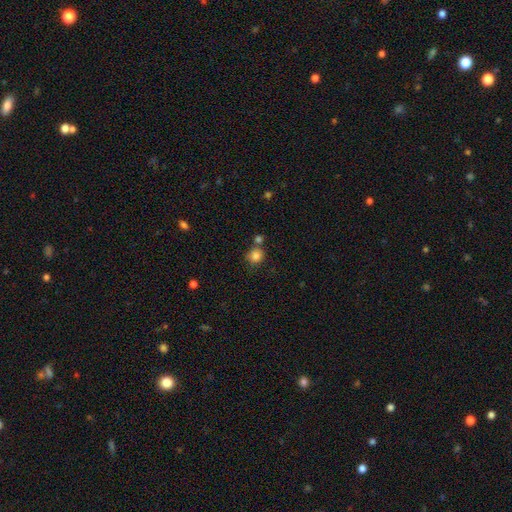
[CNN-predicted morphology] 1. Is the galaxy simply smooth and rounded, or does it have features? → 84% smooth, 11% star or artifact, 6% featured or disk.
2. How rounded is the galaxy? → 83% round, 16% in between, 1% cigar-shaped.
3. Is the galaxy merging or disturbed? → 65% none, 19% merger, 12% minor disturbance, 4% major disturbance.